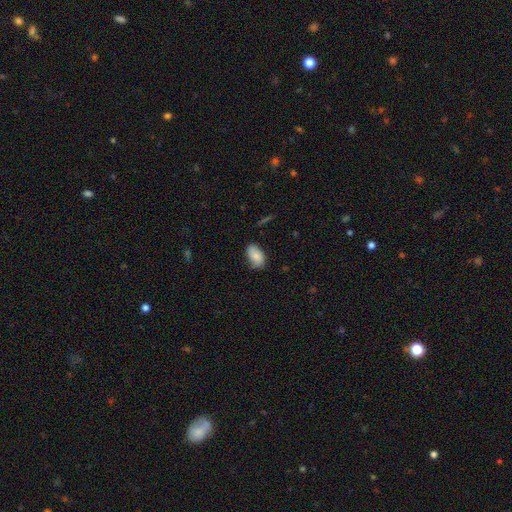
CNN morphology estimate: smooth-or-featured: smooth: 81% | featured or disk: 12% | star or artifact: 7%
  how-rounded: in between: 92% | round: 7% | cigar-shaped: 2%
  merging: none: 71% | minor disturbance: 23% | major disturbance: 4% | merger: 2%